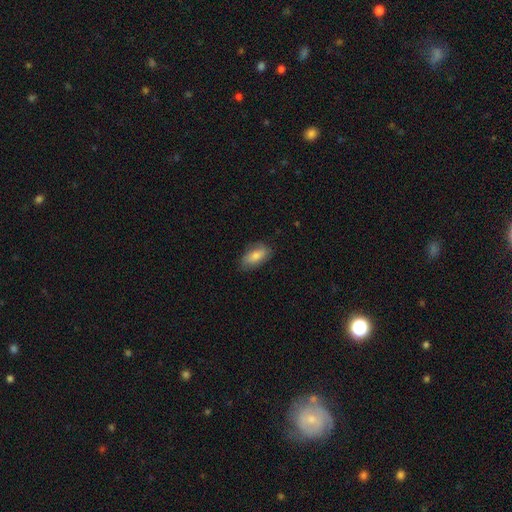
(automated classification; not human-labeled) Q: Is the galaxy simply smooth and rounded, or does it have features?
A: smooth — 75%.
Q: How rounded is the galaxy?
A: in between — 89%.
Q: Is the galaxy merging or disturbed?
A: none — 77%.